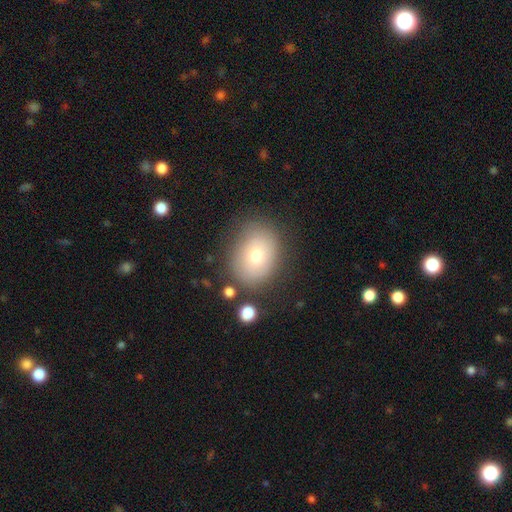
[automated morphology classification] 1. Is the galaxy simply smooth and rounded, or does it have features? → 66% smooth, 20% featured or disk, 14% star or artifact.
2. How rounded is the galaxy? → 55% in between, 44% round, 1% cigar-shaped.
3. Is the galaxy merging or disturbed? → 80% none, 12% minor disturbance, 4% major disturbance, 3% merger.